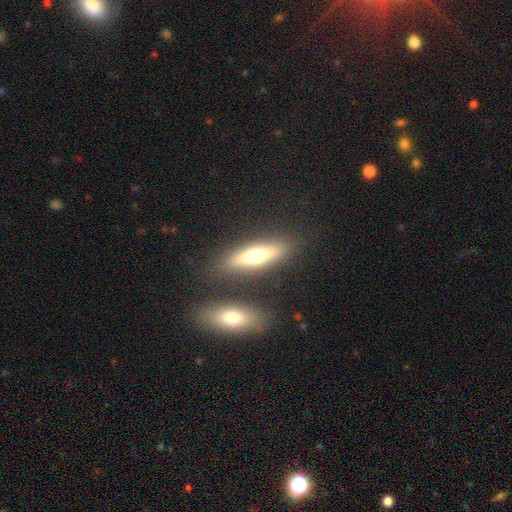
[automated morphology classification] This appears to be a smooth galaxy with no disk features (49%). Merging: none (82%).